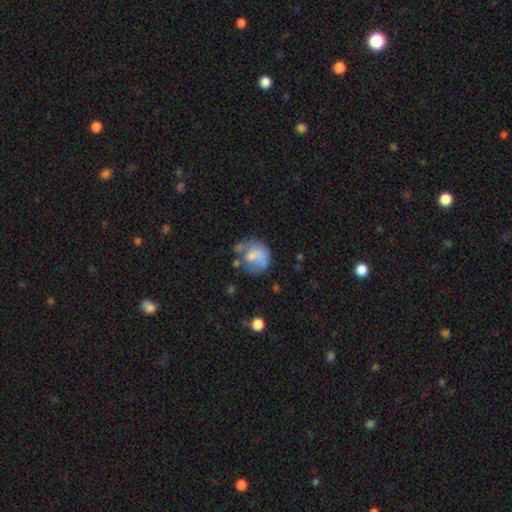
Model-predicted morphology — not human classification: smooth_or_featured: smooth (p=0.61) [alt: featured or disk p=0.29]
how_rounded: round (p=0.72) [alt: in between p=0.27]
merging: none (p=0.36) [alt: major disturbance p=0.29]